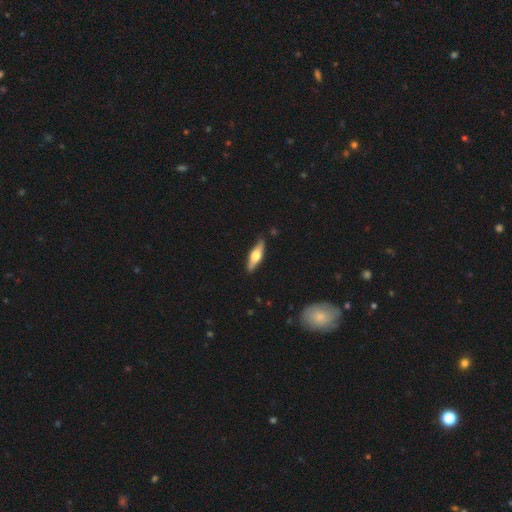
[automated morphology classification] This is possibly a featured or disk galaxy (52%). It is clearly viewed edge-on (92%). Merging: clearly none (86%).